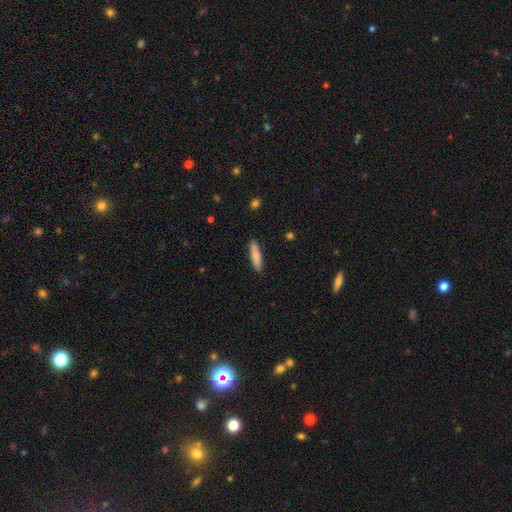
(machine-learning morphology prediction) Overall: smooth (84%). How rounded: cigar-shaped (76%). Merging: none (90%).